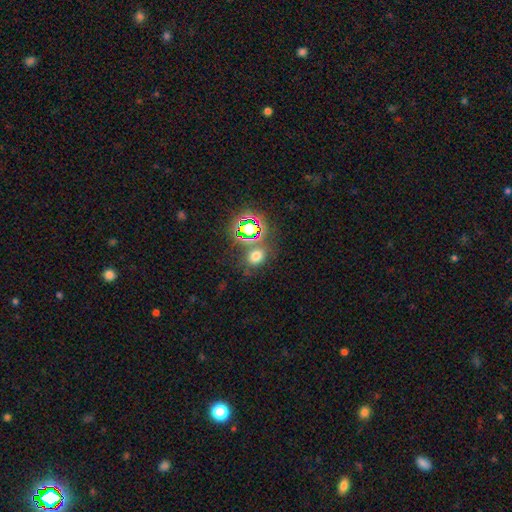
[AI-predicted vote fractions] smooth-or-featured: smooth: 60% | star or artifact: 32% | featured or disk: 8%
  how-rounded: round: 53% | in between: 46% | cigar-shaped: 1%
  merging: none: 69% | merger: 14% | minor disturbance: 12% | major disturbance: 6%